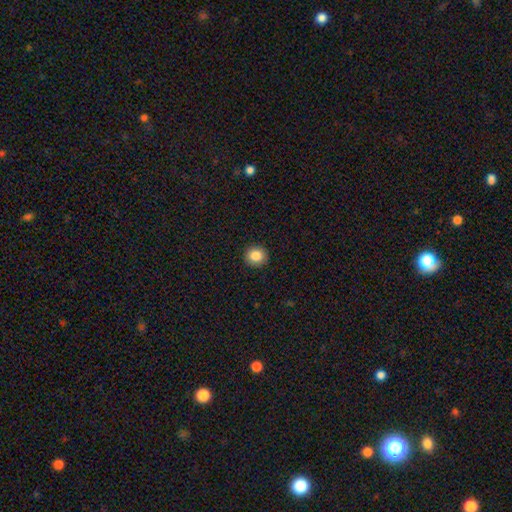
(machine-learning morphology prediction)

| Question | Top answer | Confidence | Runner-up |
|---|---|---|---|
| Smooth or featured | smooth | 85% | star or artifact (10%) |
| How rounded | round | 89% | in between (10%) |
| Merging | none | 92% | minor disturbance (5%) |